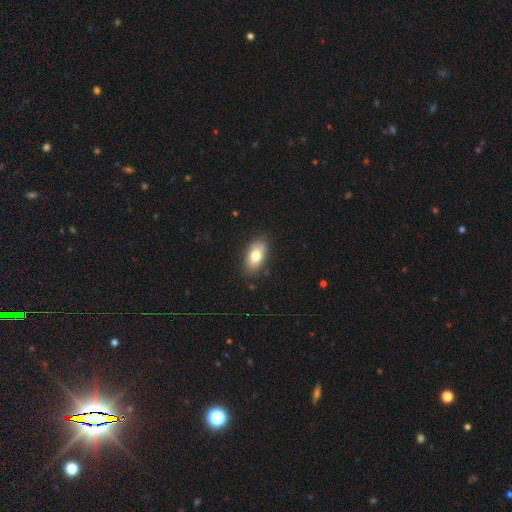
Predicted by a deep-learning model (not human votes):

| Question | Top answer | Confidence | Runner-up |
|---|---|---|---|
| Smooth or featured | smooth | 75% | featured or disk (18%) |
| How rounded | in between | 90% | round (6%) |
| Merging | none | 79% | minor disturbance (16%) |